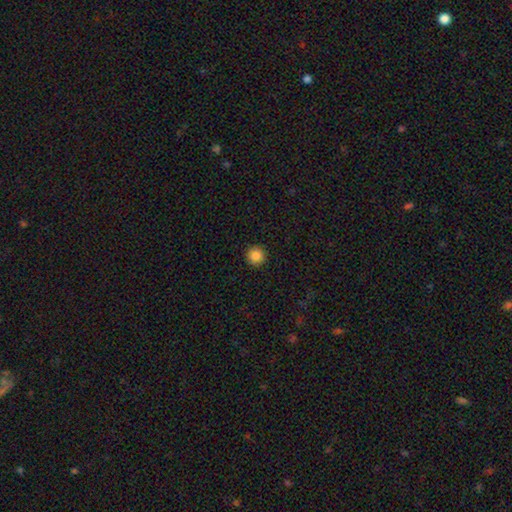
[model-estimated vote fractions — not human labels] smooth_or_featured: smooth (p=0.85) [alt: star or artifact p=0.10]
how_rounded: round (p=0.96) [alt: in between p=0.03]
merging: none (p=0.93) [alt: minor disturbance p=0.05]